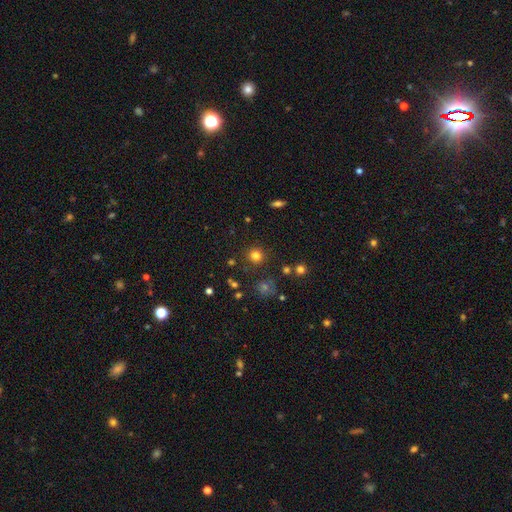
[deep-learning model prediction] This appears to be a smooth galaxy with no disk features (78%) that is round (93%). Merging: none (88%).